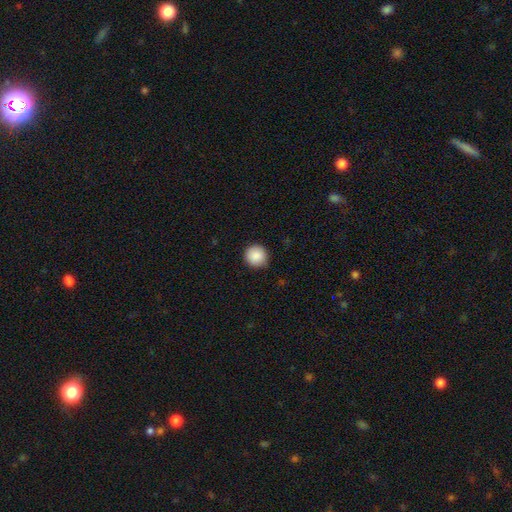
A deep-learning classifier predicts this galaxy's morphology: This appears to be a smooth galaxy with no disk features (88%) that is round (95%). Merging: none (88%).